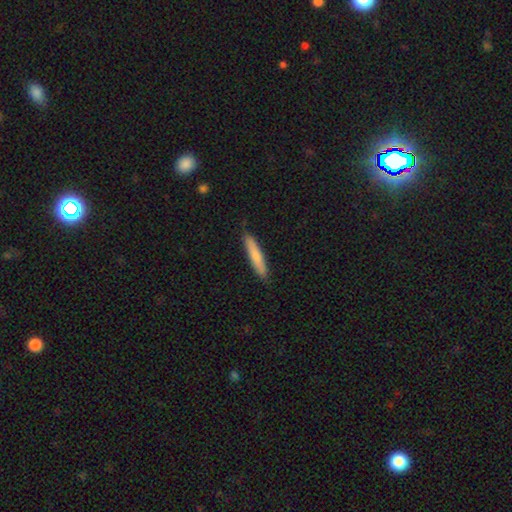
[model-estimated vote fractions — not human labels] smooth_or_featured: smooth (p=0.76) [alt: featured or disk p=0.19]
how_rounded: cigar-shaped (p=0.91) [alt: in between p=0.08]
merging: none (p=0.89) [alt: minor disturbance p=0.08]